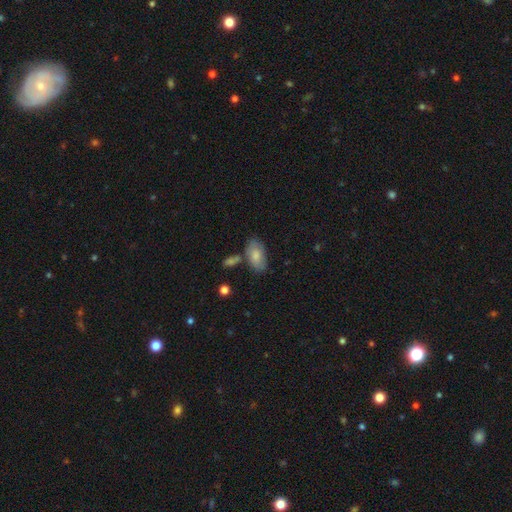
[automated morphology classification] Smooth or featured? Predicted: smooth (p=0.73). How rounded? Predicted: in between (p=0.93). Merging? Predicted: none (p=0.64).